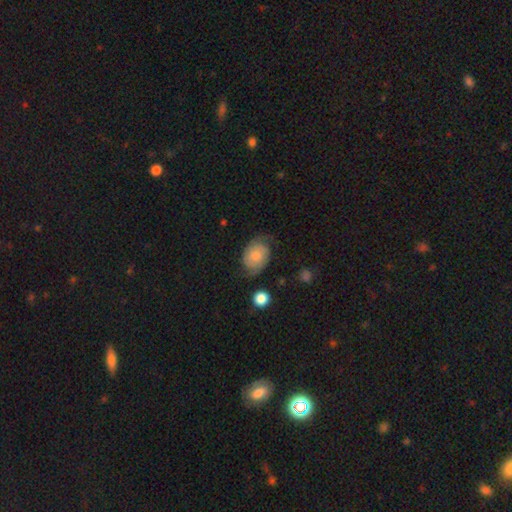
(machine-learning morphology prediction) A featured or disk galaxy (55%) with no bar (78%), spiral arms (89%) and a small central bulge (47%).

Vote fractions:
- Smooth or featured? featured or disk: 55% / smooth: 37% / star or artifact: 8%
- Edge-on disk? no: 97% / yes: 3%
- Bar? no: 78% / weak: 19% / strong: 3%
- Spiral arms? yes: 89% / no: 11%
- Bulge size? small: 47% / moderate: 34% / none: 9% / large: 7% / dominant: 3%
- Merging? none: 62% / minor disturbance: 24% / major disturbance: 12% / merger: 2%